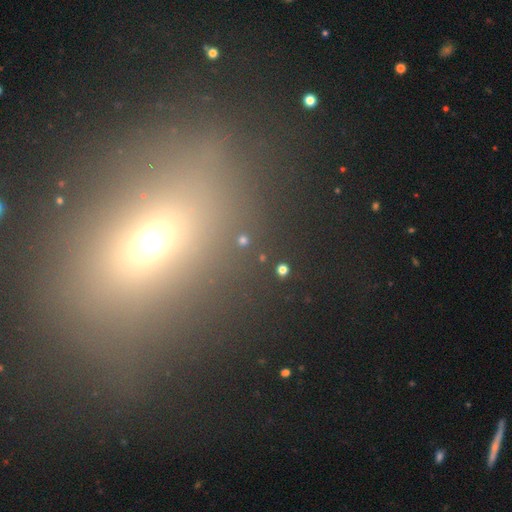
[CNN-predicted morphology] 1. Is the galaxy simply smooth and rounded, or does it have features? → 44% star or artifact, 41% smooth, 15% featured or disk.